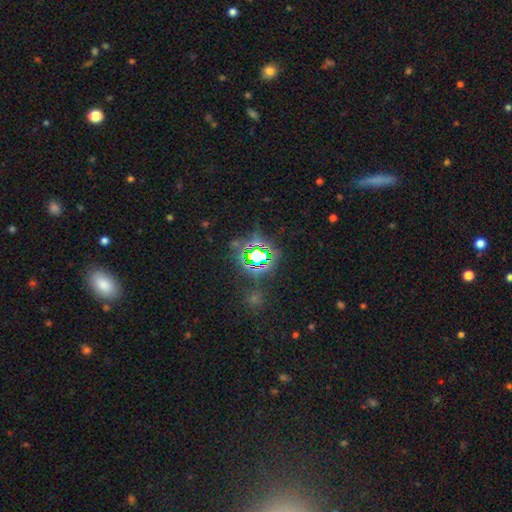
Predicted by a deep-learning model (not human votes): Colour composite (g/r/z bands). It shows a star or artifact, not a galaxy (73%).